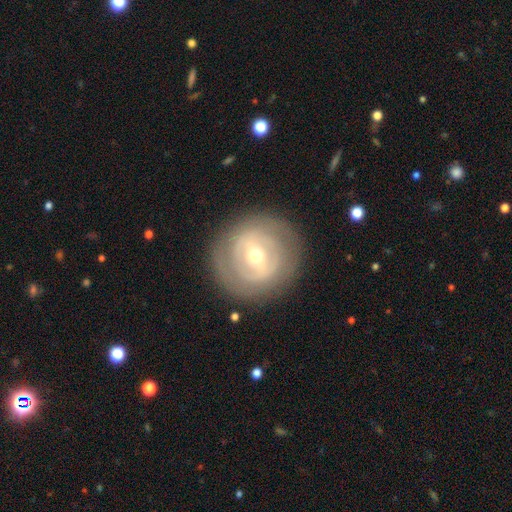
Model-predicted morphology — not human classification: smooth-or-featured: featured or disk: 71% | smooth: 23% | star or artifact: 6%
  disk-edge-on: no: 96% | yes: 4%
    bar: weak: 43% | strong: 31% | no: 26%
    has-spiral-arms: yes: 52% | no: 48%
    bulge-size: moderate: 54% | small: 42% | large: 3% | dominant: 1% | none: 1%
  merging: none: 84% | minor disturbance: 10% | major disturbance: 5% | merger: 1%